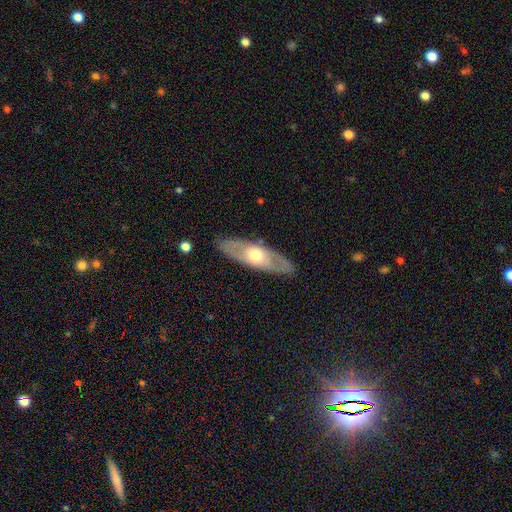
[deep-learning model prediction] Morphology: type=featured or disk (58%); edge-on=no (64%); merging=none (87%).